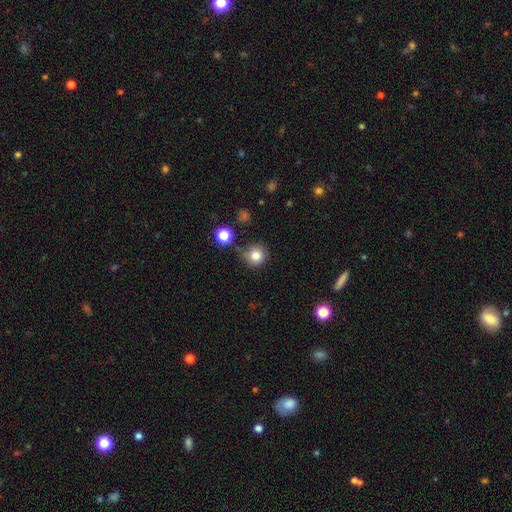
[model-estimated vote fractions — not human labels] Q: Smooth or featured?
A: smooth (80%); runner-up: star or artifact (13%)
Q: How rounded?
A: round (93%); runner-up: in between (6%)
Q: Merging?
A: none (77%); runner-up: minor disturbance (14%)